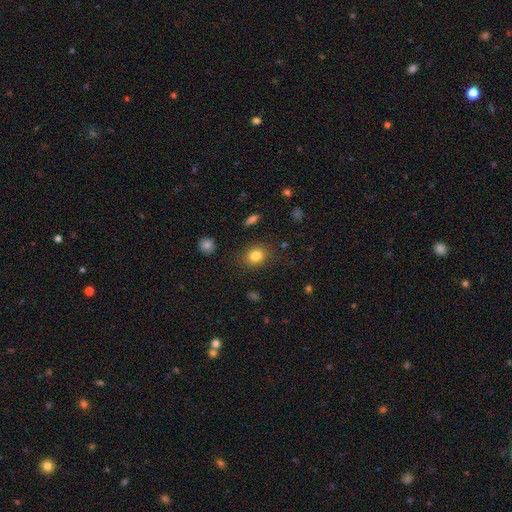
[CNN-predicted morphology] Overall: smooth (82%). How rounded: round (57%; in between 42%). Merging: none (84%).